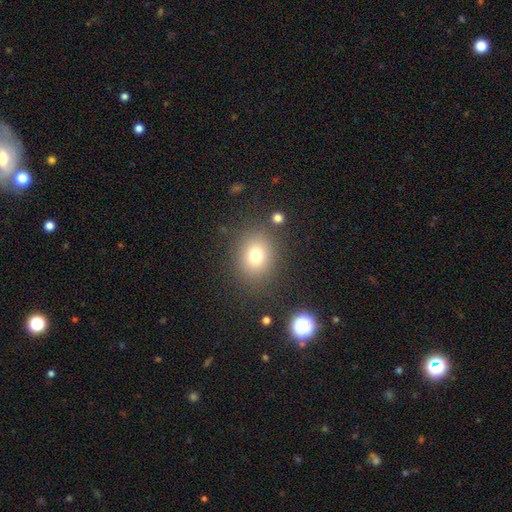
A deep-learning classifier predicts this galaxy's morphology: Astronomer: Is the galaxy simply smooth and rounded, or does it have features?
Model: smooth — 76%.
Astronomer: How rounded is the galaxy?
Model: round — 67%.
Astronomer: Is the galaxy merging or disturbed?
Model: none — 83%.